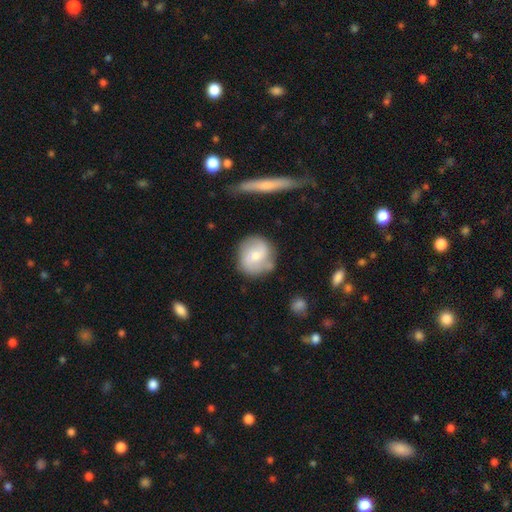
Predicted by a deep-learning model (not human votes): Morphology: type=featured or disk (51%); edge-on=no (96%); merging=none (68%).